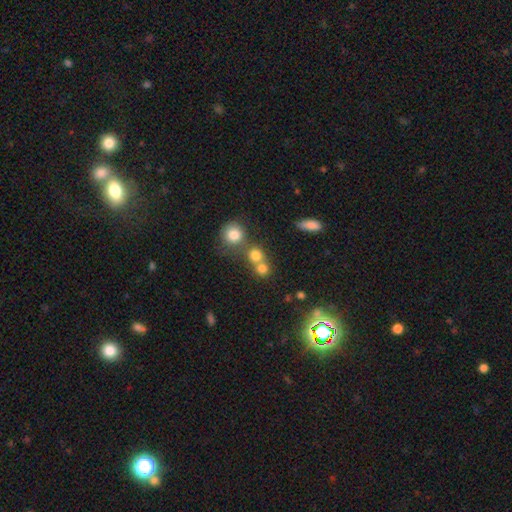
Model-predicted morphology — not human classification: A smooth galaxy with no disk features (77%) that is round (86%). Merging: none (48%).